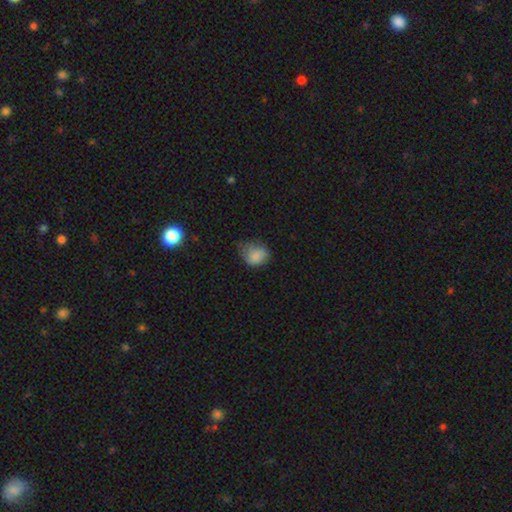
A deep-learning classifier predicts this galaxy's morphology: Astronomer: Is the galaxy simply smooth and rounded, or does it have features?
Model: smooth — 80%.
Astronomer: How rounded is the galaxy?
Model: in between — 53% (runner-up: round, 46%).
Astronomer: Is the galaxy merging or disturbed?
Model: none — 43% (runner-up: minor disturbance, 38%).